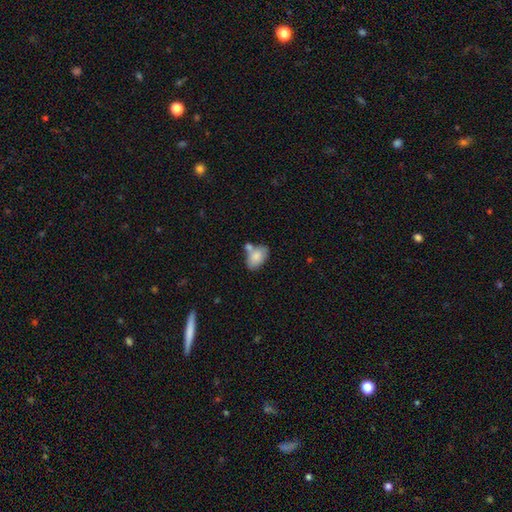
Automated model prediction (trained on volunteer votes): A smooth galaxy with no disk features (81%) that is in between round and cigar-shaped (91%). Merging: none (47%).